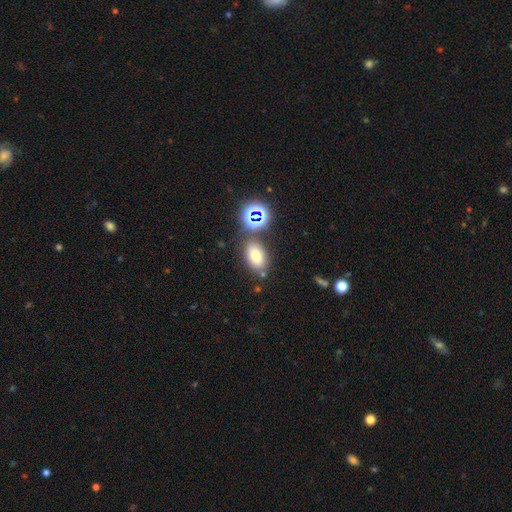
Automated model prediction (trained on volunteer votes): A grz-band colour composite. It shows a smooth galaxy with no disk features (71%) that is in between round and cigar-shaped (81%). Merging: none (75%).